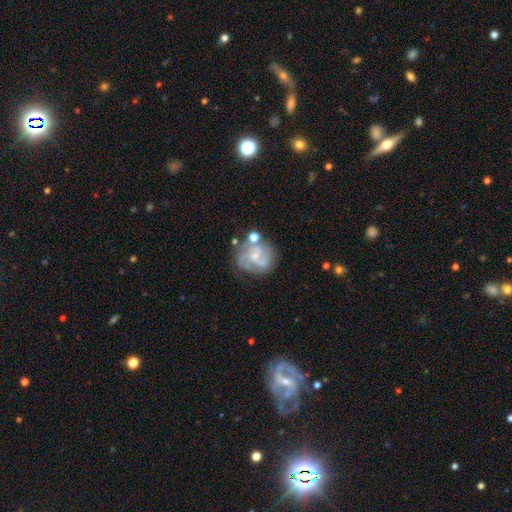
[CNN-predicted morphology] Smooth or featured? Predicted: featured or disk (p=0.70). Edge-on disk? Predicted: no (p=0.98). Bar? Predicted: no (p=0.65). Spiral arms? Predicted: yes (p=0.76). Spiral winding? Predicted: medium (p=0.44). Spiral arm count? Predicted: 2 (p=0.30). Bulge size? Predicted: small (p=0.57). Merging? Predicted: none (p=0.52).